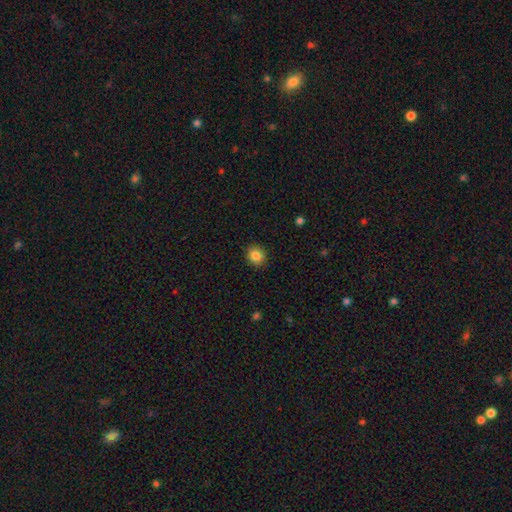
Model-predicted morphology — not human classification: A smooth galaxy with no disk features (85%) that is round (81%). Merging: none (91%).